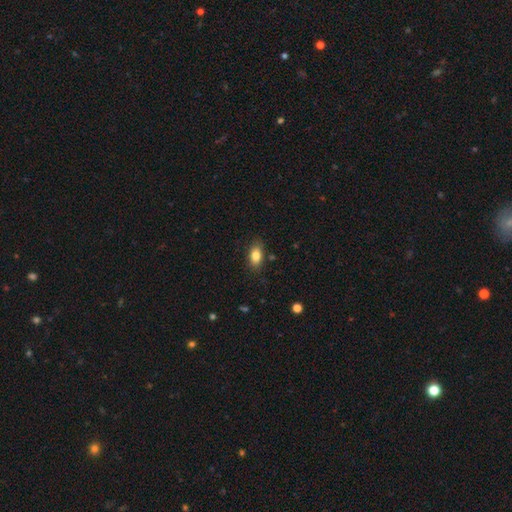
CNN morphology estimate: smooth-or-featured: smooth: 84% | featured or disk: 8% | star or artifact: 8%
  how-rounded: in between: 88% | round: 7% | cigar-shaped: 5%
  merging: none: 84% | minor disturbance: 12% | major disturbance: 3% | merger: 1%